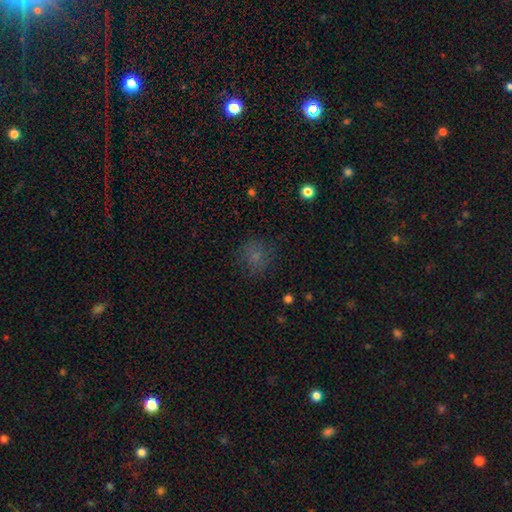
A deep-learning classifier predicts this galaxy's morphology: Smooth or featured?
  - smooth: 70% *
  - star or artifact: 18%
  - featured or disk: 12%
How rounded?
  - round: 81% *
  - in between: 18%
  - cigar-shaped: 1%
Merging?
  - none: 72% *
  - minor disturbance: 18%
  - major disturbance: 8%
  - merger: 2%